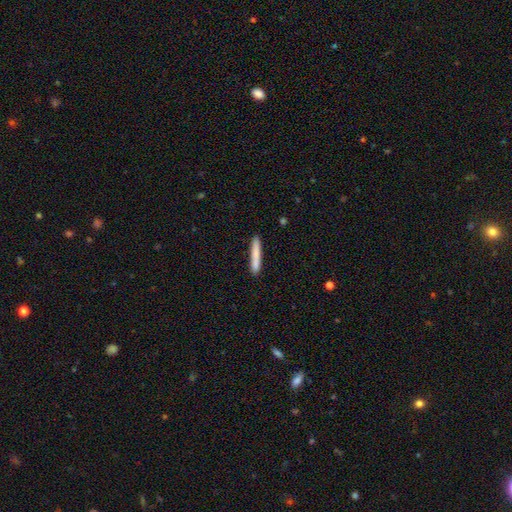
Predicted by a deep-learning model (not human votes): Smooth or featured?
  - smooth: 82% *
  - featured or disk: 13%
  - star or artifact: 6%
How rounded?
  - cigar-shaped: 95% *
  - in between: 4%
  - round: 1%
Merging?
  - none: 90% *
  - minor disturbance: 7%
  - major disturbance: 1%
  - merger: 1%